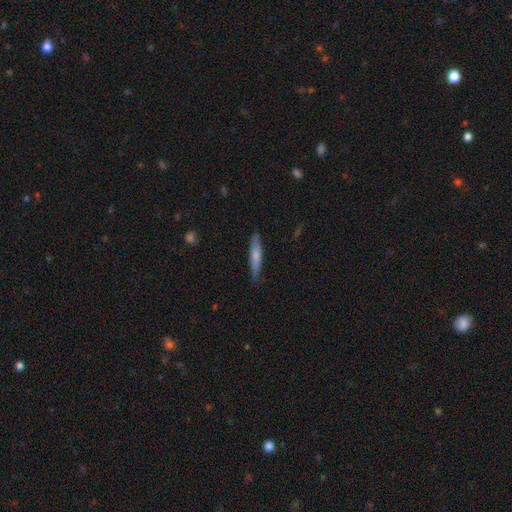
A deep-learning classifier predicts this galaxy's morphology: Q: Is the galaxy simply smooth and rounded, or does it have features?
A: smooth — 64%.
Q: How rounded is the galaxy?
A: cigar-shaped — 89%.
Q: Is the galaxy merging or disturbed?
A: none — 83%.